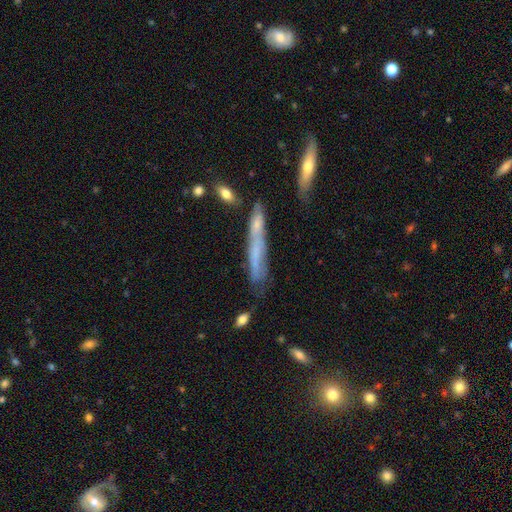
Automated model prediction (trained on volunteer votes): Smooth or featured? smooth (55%)
How rounded? cigar-shaped (86%)
Merging? none (48%)